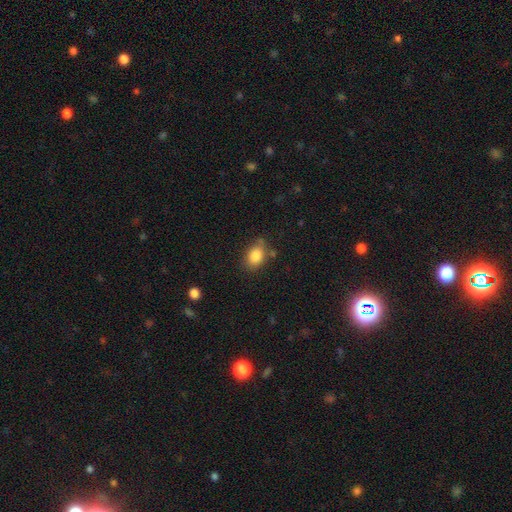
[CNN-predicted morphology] Smooth or featured: smooth — 85% (star or artifact — 9%)
How rounded: in between — 77% (round — 21%)
Merging: none — 70% (minor disturbance — 20%)